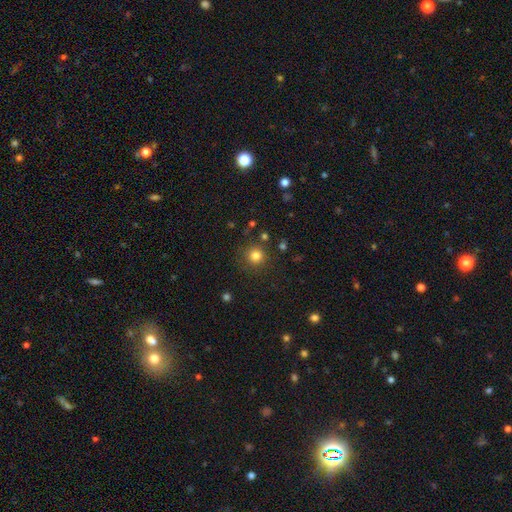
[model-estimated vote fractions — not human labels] Smooth or featured?
  - smooth: 81% *
  - star or artifact: 13%
  - featured or disk: 5%
How rounded?
  - round: 94% *
  - in between: 5%
  - cigar-shaped: 1%
Merging?
  - none: 86% *
  - minor disturbance: 8%
  - major disturbance: 3%
  - merger: 3%